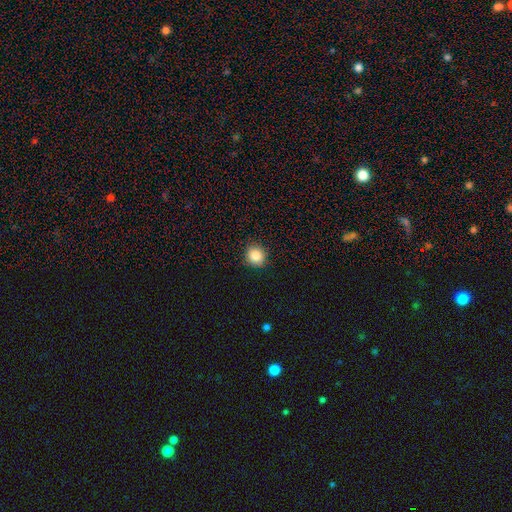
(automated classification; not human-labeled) smooth_or_featured: smooth (p=0.86) [alt: star or artifact p=0.10]
how_rounded: round (p=0.90) [alt: in between p=0.09]
merging: none (p=0.91) [alt: minor disturbance p=0.06]